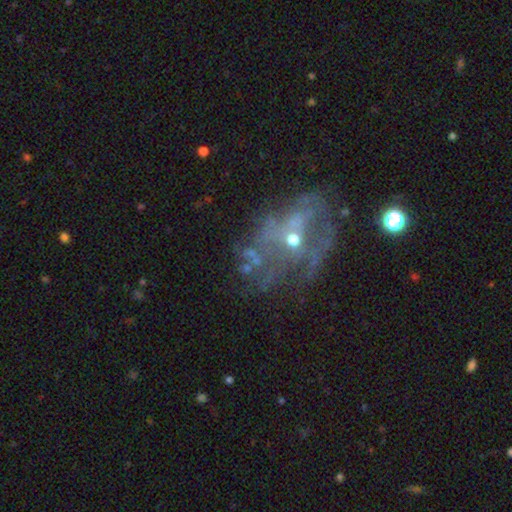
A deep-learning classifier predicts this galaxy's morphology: A featured or disk galaxy (63%) with no bar (83%), no spiral arms (61%) and a small central bulge (53%).

Vote fractions:
- Smooth or featured? featured or disk: 63% / star or artifact: 21% / smooth: 17%
- Edge-on disk? no: 97% / yes: 3%
- Bar? no: 83% / weak: 13% / strong: 4%
- Spiral arms? no: 61% / yes: 39%
- Bulge size? small: 53% / moderate: 34% / none: 9% / large: 2% / dominant: 2%
- Merging? none: 44% / major disturbance: 28% / minor disturbance: 18% / merger: 9%